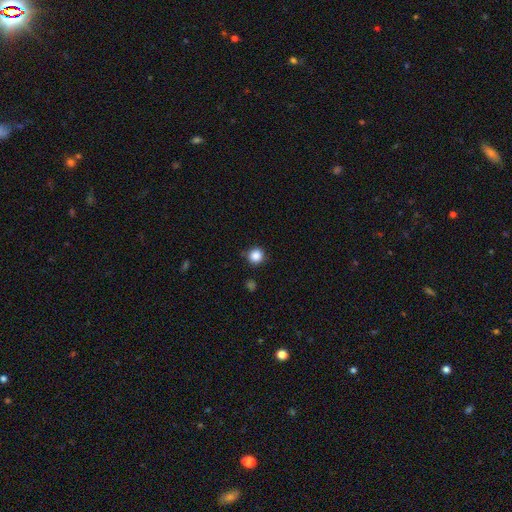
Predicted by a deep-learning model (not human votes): A smooth galaxy with no disk features (87%) that is round (93%). Merging: none (86%).